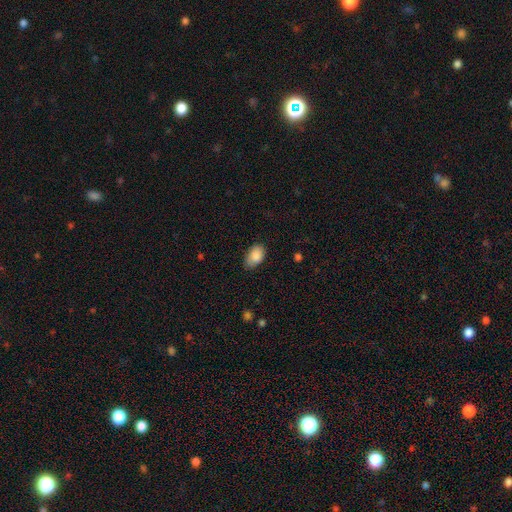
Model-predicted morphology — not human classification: smooth_or_featured: smooth (p=0.87) [alt: star or artifact p=0.07]
how_rounded: in between (p=0.90) [alt: round p=0.09]
merging: none (p=0.74) [alt: minor disturbance p=0.21]